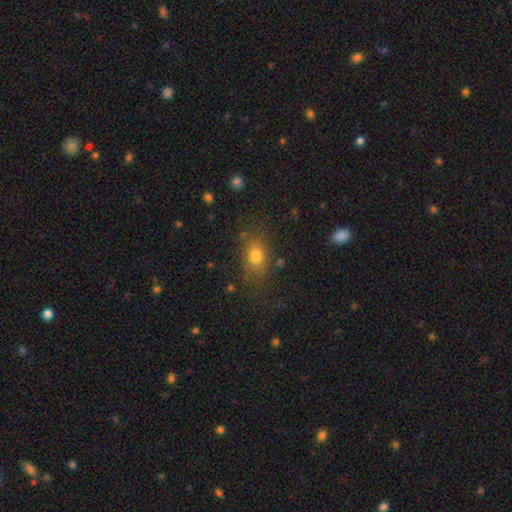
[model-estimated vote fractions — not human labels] This appears to be a smooth galaxy with no disk features (75%) that is in between round and cigar-shaped (61%). Merging: none (74%).